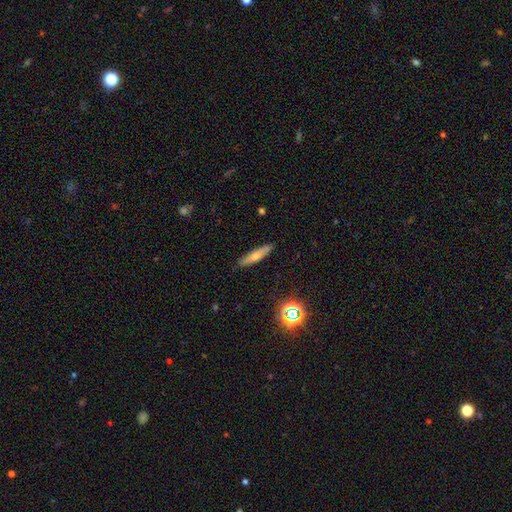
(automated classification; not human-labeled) Overall: smooth (61%; featured or disk 29%). How rounded: cigar-shaped (83%). Merging: none (88%).